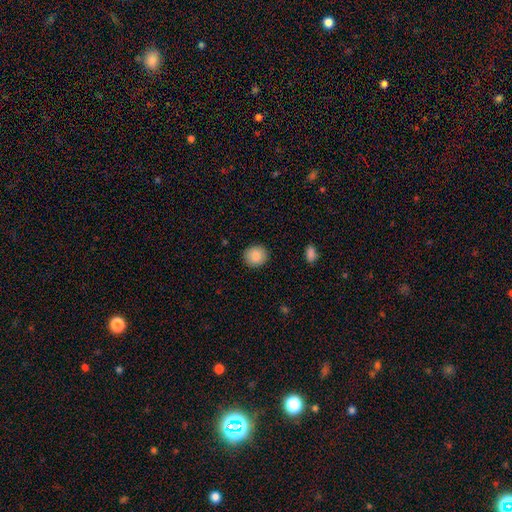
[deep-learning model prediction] Smooth or featured? smooth (87%)
How rounded? round (87%)
Merging? none (91%)